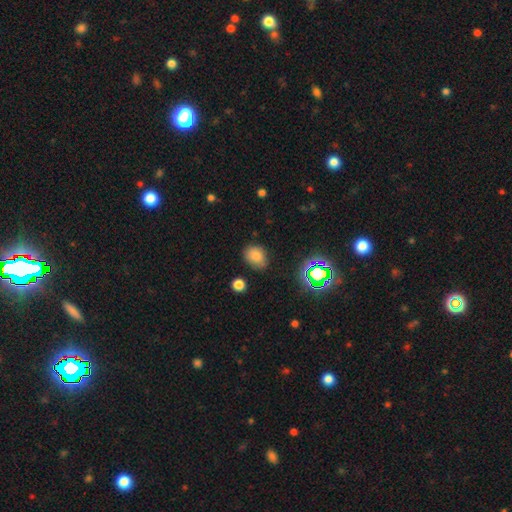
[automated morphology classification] smooth-or-featured: smooth: 76% | star or artifact: 16% | featured or disk: 8%
  how-rounded: in between: 59% | round: 40% | cigar-shaped: 1%
  merging: none: 71% | minor disturbance: 21% | major disturbance: 5% | merger: 3%